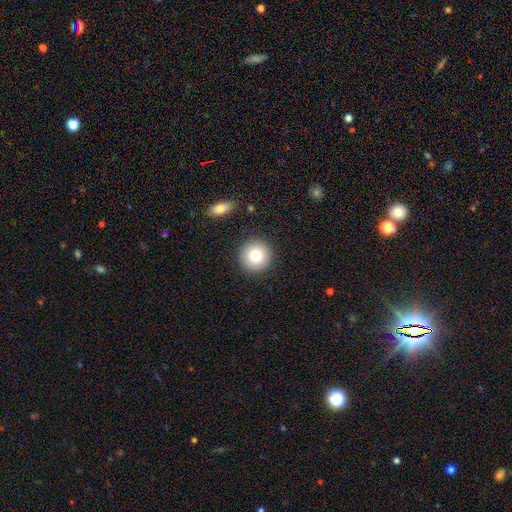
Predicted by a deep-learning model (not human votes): Smooth or featured? smooth (80%)
How rounded? round (94%)
Merging? none (89%)